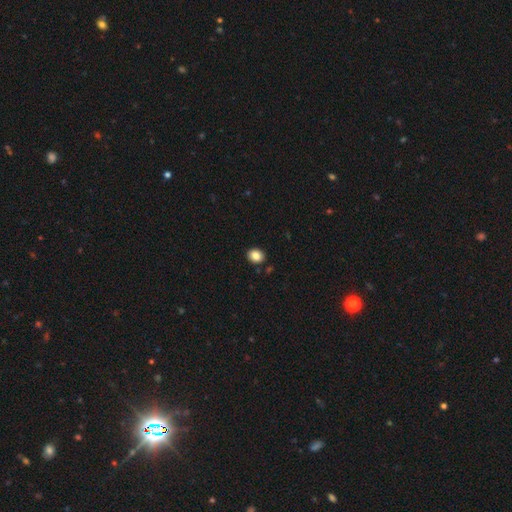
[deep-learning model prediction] This appears to be a smooth galaxy with no disk features (86%) that is round (51%). Merging: none (89%).